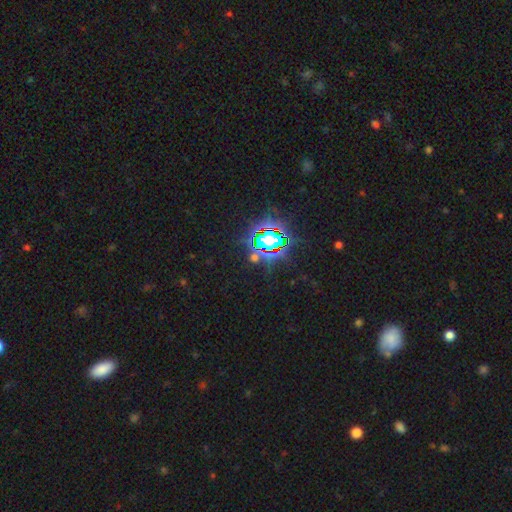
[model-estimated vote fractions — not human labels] Morphology: type=star or artifact (80%).